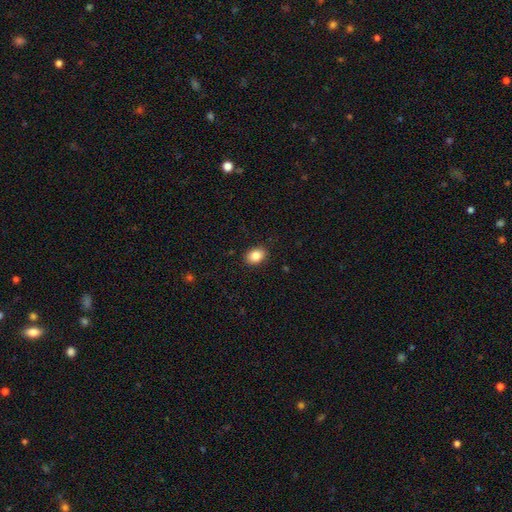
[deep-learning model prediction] smooth 86%, star or artifact 9%, featured or disk 5%. Down the decision tree: how rounded — in between (68%); merging — none (90%).